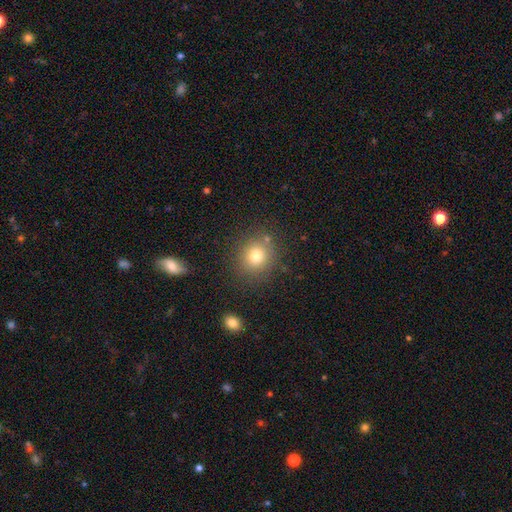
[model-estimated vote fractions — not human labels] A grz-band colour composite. It shows a smooth galaxy with no disk features (77%) that is round (87%). Merging: none (84%).